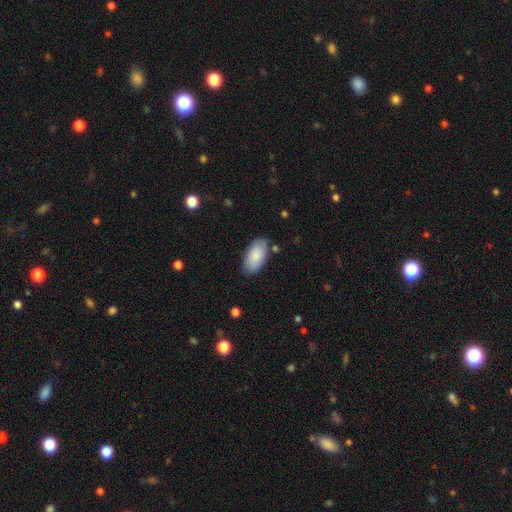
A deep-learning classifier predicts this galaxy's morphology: type=smooth (85%); roundness=in between (96%); merging=none (81%).